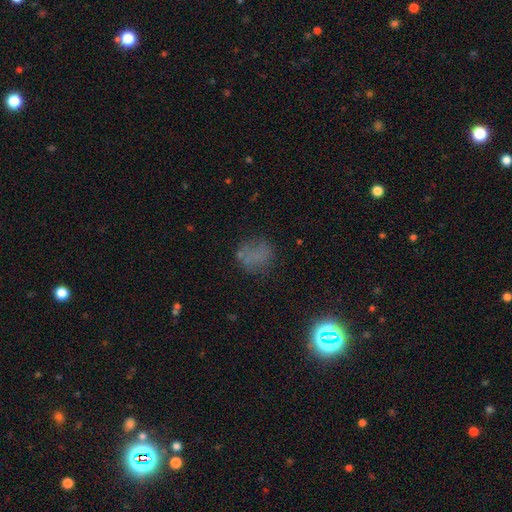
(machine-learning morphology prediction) A smooth galaxy with no disk features (54%) that is round (71%).

Vote fractions:
- Smooth or featured? smooth: 54% / star or artifact: 25% / featured or disk: 21%
- How rounded? round: 71% / in between: 27% / cigar-shaped: 2%
- Merging? none: 60% / minor disturbance: 20% / major disturbance: 14% / merger: 5%